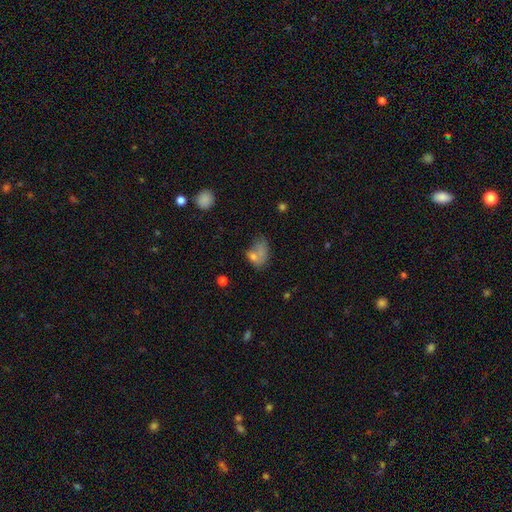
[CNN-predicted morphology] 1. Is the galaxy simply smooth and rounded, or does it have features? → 68% smooth, 19% featured or disk, 13% star or artifact.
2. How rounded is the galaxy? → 79% in between, 19% round, 2% cigar-shaped.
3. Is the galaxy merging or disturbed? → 27% merger, 26% major disturbance, 25% none, 22% minor disturbance.